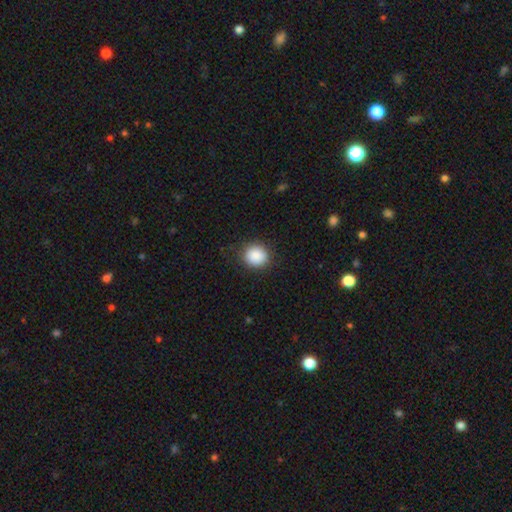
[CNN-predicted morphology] smooth-or-featured: smooth: 89% | star or artifact: 8% | featured or disk: 3%
  how-rounded: round: 87% | in between: 12% | cigar-shaped: 1%
  merging: none: 88% | minor disturbance: 8% | major disturbance: 3% | merger: 1%